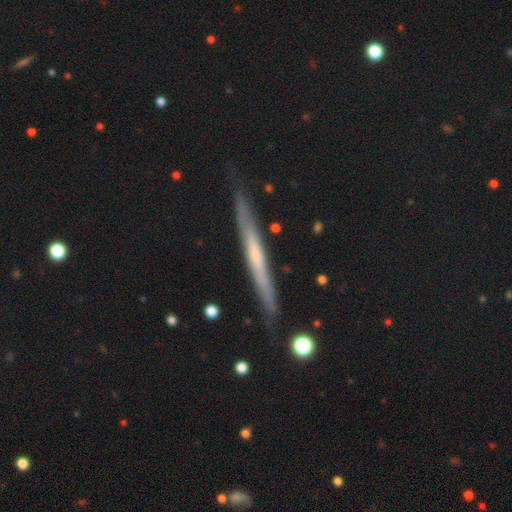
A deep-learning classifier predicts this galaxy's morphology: Smooth or featured? featured or disk (60%)
Edge-on disk? yes (95%)
Edge-on bulge? none (71%)
Merging? none (84%)